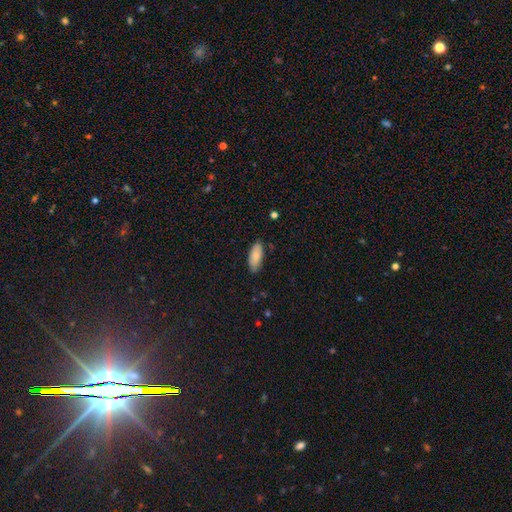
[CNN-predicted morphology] The model was most divided on "how rounded": in between: 82%, cigar-shaped: 16%, round: 2%. More confident: smooth or featured — smooth (85%); merging — none (83%).